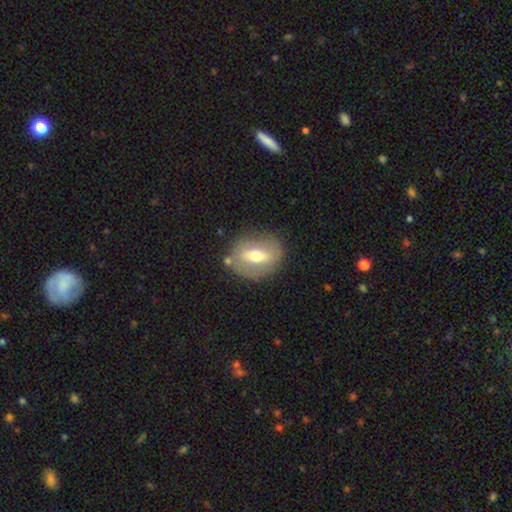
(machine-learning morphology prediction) A featured or disk galaxy (47%).

Vote fractions:
- Smooth or featured? featured or disk: 47% / smooth: 45% / star or artifact: 8%
- Merging? none: 78% / minor disturbance: 13% / major disturbance: 5% / merger: 5%